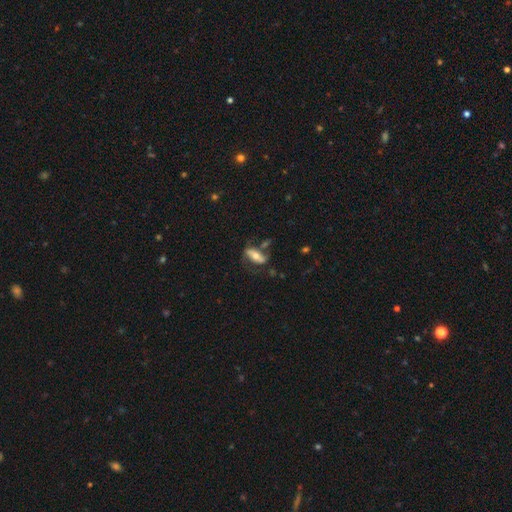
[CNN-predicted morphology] Q: Smooth or featured?
A: featured or disk (48%); runner-up: smooth (45%)
Q: Merging?
A: none (51%); runner-up: minor disturbance (22%)